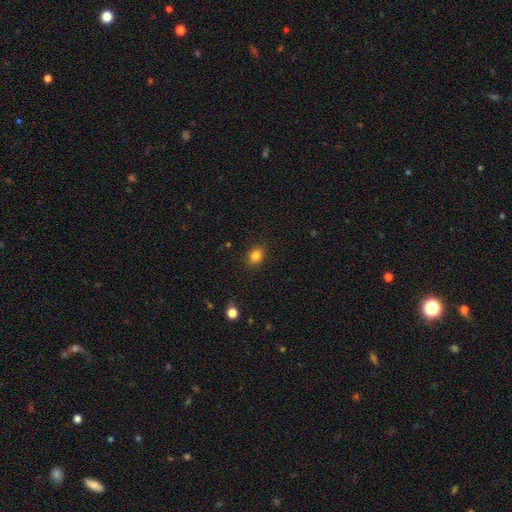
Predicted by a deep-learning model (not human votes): Morphology: type=smooth (83%); roundness=in between (55%); merging=none (87%).